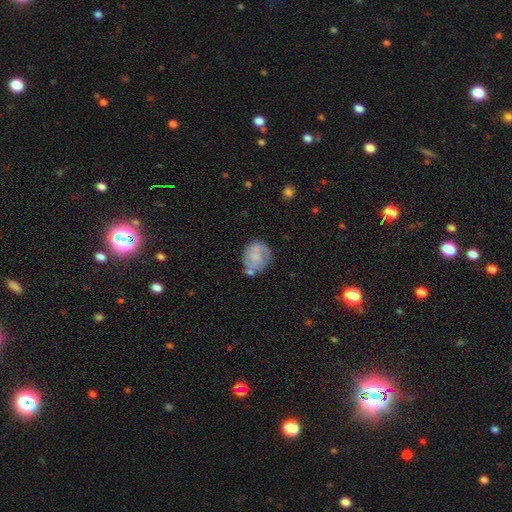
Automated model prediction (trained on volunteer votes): smooth_or_featured: smooth (p=0.50) [alt: featured or disk p=0.42]
merging: none (p=0.61) [alt: minor disturbance p=0.21]